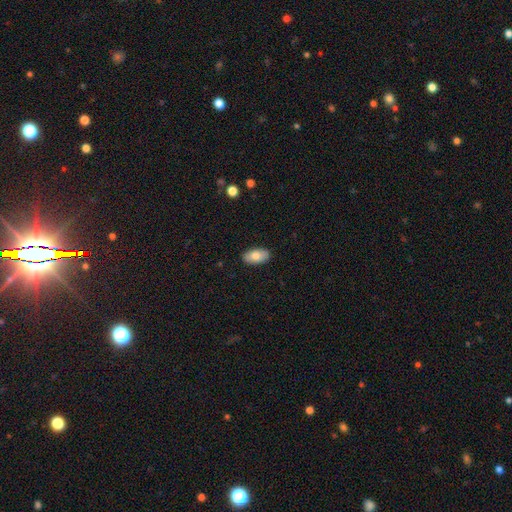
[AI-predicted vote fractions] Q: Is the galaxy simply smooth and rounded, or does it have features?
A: smooth — 79%.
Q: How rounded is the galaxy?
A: in between — 94%.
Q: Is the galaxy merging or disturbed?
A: none — 88%.